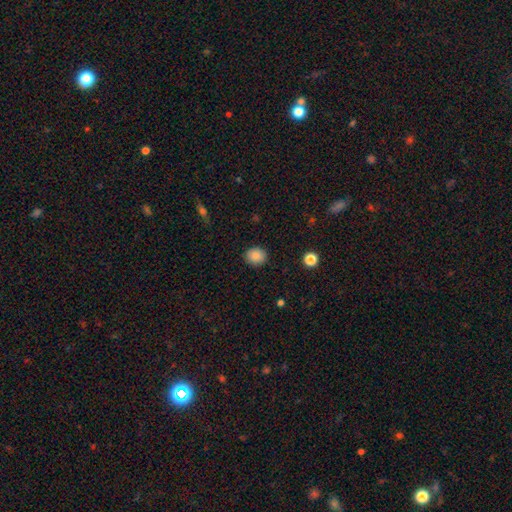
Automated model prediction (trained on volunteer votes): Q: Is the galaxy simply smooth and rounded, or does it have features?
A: smooth — 87%.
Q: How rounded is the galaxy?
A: round — 64%.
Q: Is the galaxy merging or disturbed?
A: none — 89%.